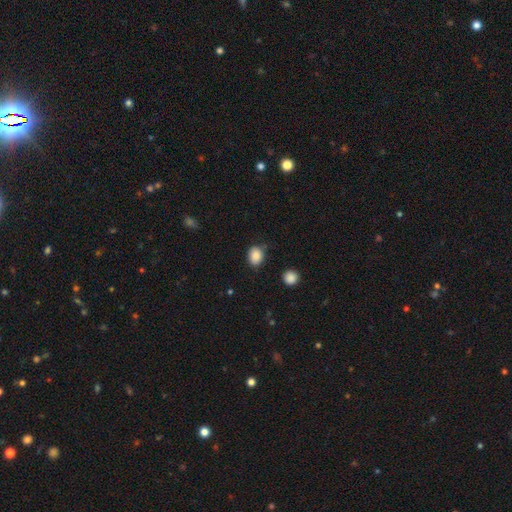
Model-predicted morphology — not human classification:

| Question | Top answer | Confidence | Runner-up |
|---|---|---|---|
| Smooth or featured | smooth | 87% | star or artifact (9%) |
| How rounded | in between | 51% | round (48%) |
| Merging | none | 76% | minor disturbance (18%) |